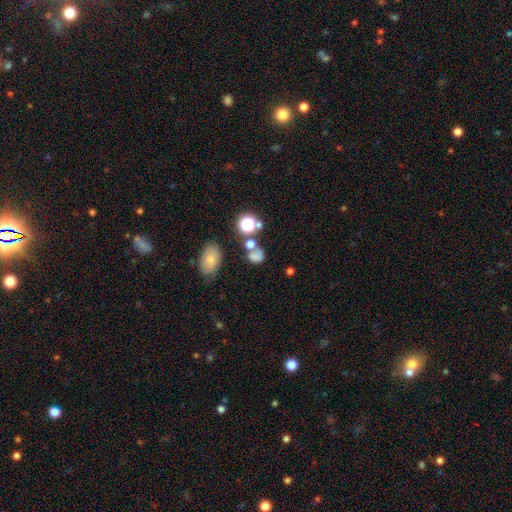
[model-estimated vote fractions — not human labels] Q: Smooth or featured?
A: smooth (63%); runner-up: star or artifact (22%)
Q: How rounded?
A: round (52%); runner-up: in between (47%)
Q: Merging?
A: none (41%); runner-up: merger (29%)